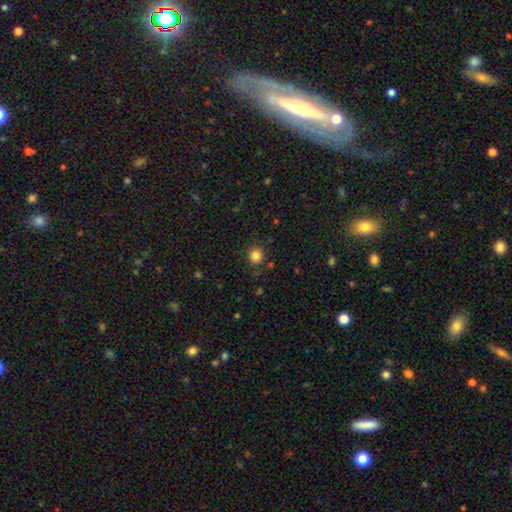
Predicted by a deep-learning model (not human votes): Morphology: type=smooth (83%); roundness=round (86%); merging=none (87%).